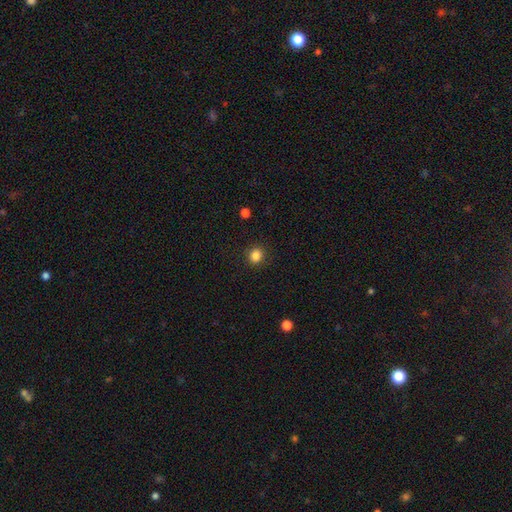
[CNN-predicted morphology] Smooth or featured: smooth — 84% (star or artifact — 12%)
How rounded: round — 86% (in between — 13%)
Merging: none — 91% (minor disturbance — 6%)